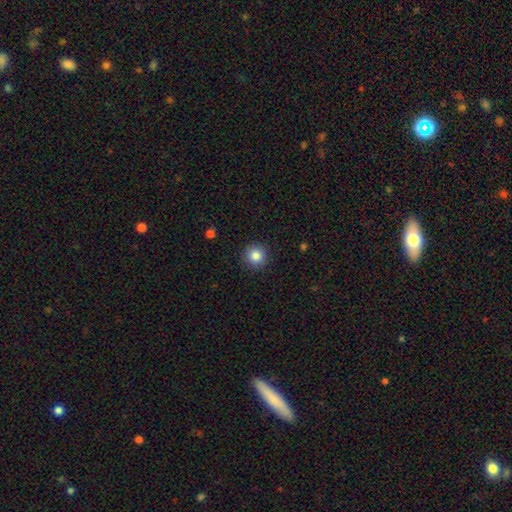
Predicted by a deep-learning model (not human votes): Smooth or featured?
  - smooth: 85% *
  - star or artifact: 10%
  - featured or disk: 5%
How rounded?
  - round: 95% *
  - in between: 4%
  - cigar-shaped: 1%
Merging?
  - none: 91% *
  - minor disturbance: 6%
  - major disturbance: 2%
  - merger: 1%